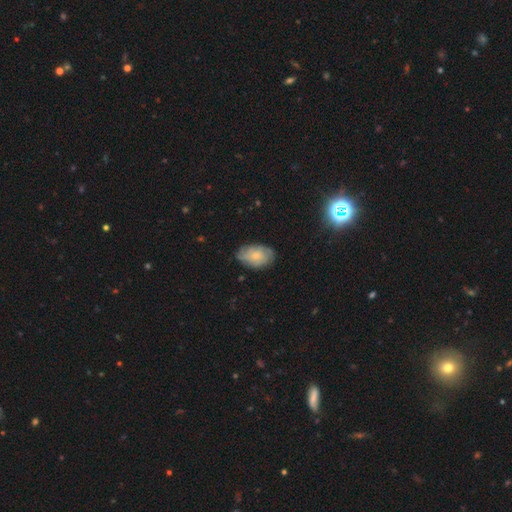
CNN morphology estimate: Smooth or featured? Predicted: smooth (p=0.47). Merging? Predicted: none (p=0.75).